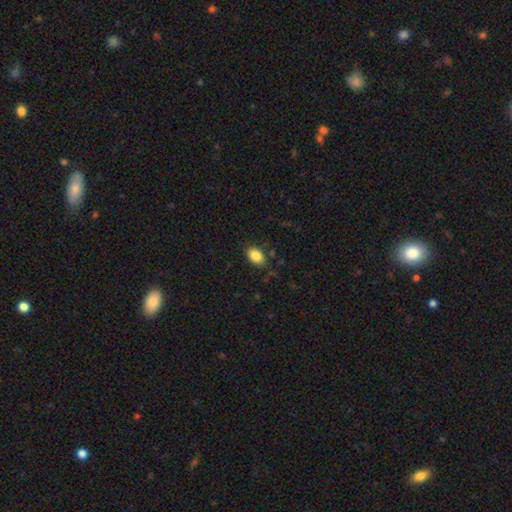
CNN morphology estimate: The model was most divided on "merging": none: 83%, minor disturbance: 12%, major disturbance: 3%, merger: 1%. More confident: smooth or featured — smooth (86%); how rounded — in between (86%).